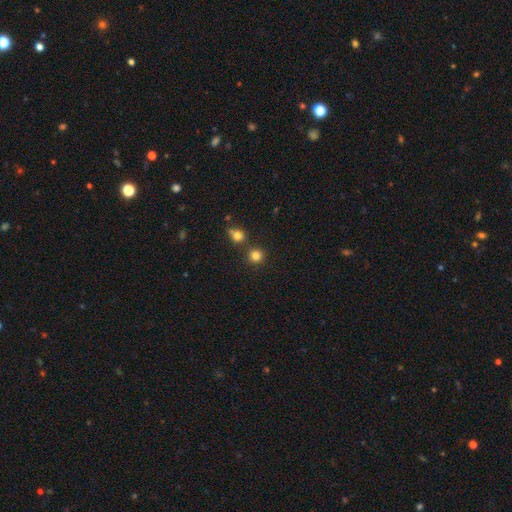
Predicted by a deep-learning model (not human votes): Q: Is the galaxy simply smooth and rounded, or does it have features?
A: smooth — 81%.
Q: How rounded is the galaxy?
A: round — 91%.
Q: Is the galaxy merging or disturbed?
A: none — 78%.